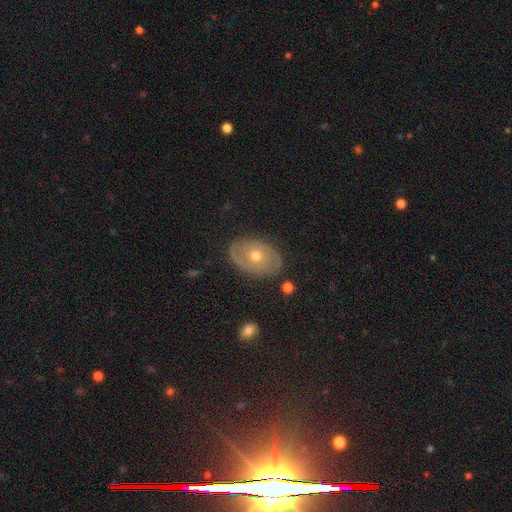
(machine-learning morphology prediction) smooth_or_featured: featured or disk (p=0.70) [alt: smooth p=0.22]
disk_edge_on: no (p=0.94) [alt: yes p=0.06]
bar: no (p=0.83) [alt: weak p=0.13]
has_spiral_arms: yes (p=0.62) [alt: no p=0.38]
bulge_size: moderate (p=0.68) [alt: small p=0.27]
merging: none (p=0.81) [alt: minor disturbance p=0.13]